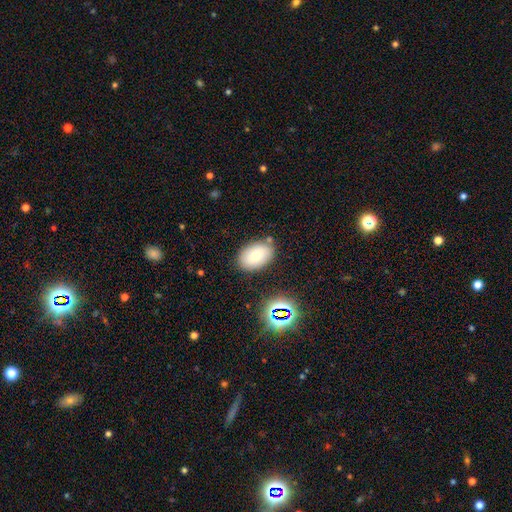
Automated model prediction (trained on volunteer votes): Smooth or featured: smooth — 71% (featured or disk — 18%)
How rounded: in between — 86% (round — 13%)
Merging: none — 80% (minor disturbance — 12%)